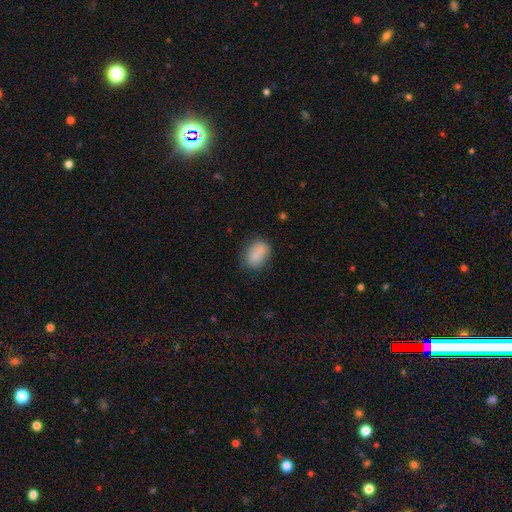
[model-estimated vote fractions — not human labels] smooth-or-featured: smooth: 88% | star or artifact: 8% | featured or disk: 5%
  how-rounded: in between: 81% | round: 17% | cigar-shaped: 1%
  merging: none: 78% | minor disturbance: 17% | major disturbance: 4% | merger: 1%